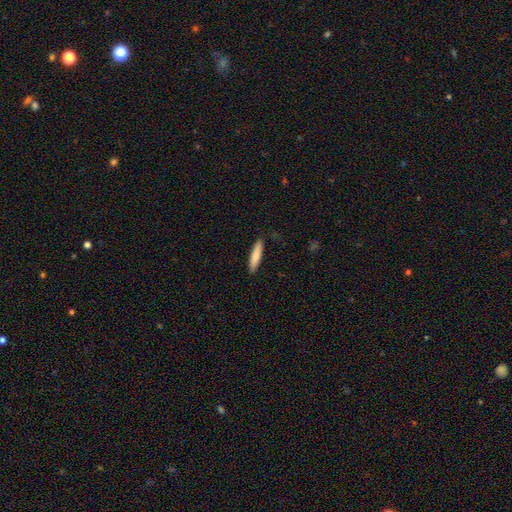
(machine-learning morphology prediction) The model was most divided on "smooth or featured": smooth: 83%, featured or disk: 12%, star or artifact: 5%. More confident: merging — none (90%); how rounded — cigar-shaped (86%).